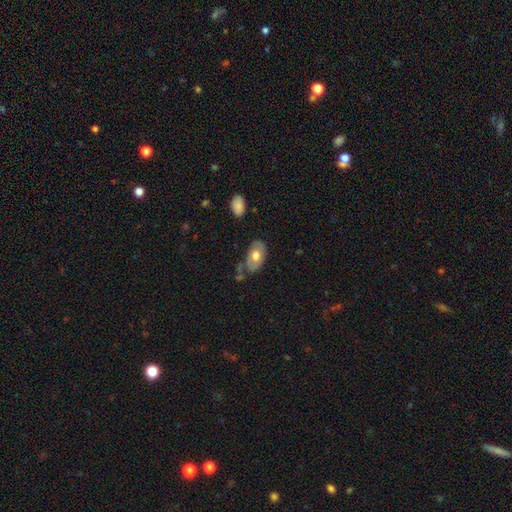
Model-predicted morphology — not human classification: A smooth galaxy with no disk features (59%) that is in between round and cigar-shaped (91%).

Vote fractions:
- Smooth or featured? smooth: 59% / featured or disk: 35% / star or artifact: 6%
- How rounded? in between: 91% / round: 7% / cigar-shaped: 2%
- Merging? none: 54% / minor disturbance: 27% / major disturbance: 11% / merger: 7%